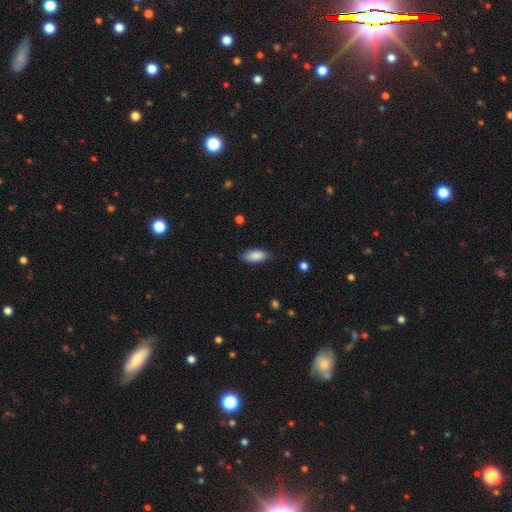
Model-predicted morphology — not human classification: smooth 87%, star or artifact 6%, featured or disk 6%. Down the decision tree: how rounded — in between (86%); merging — none (81%).